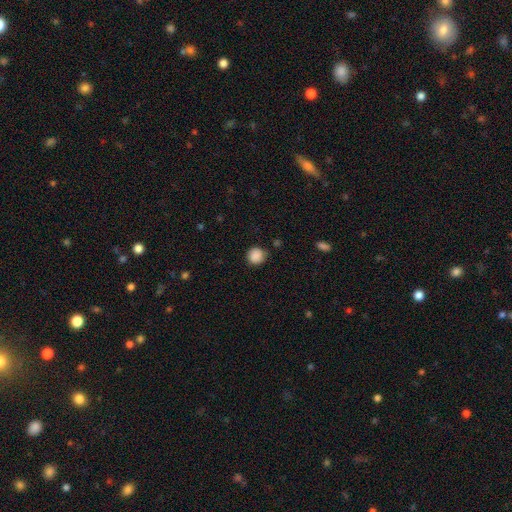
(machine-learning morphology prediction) type=smooth (88%); roundness=round (89%); merging=none (81%).